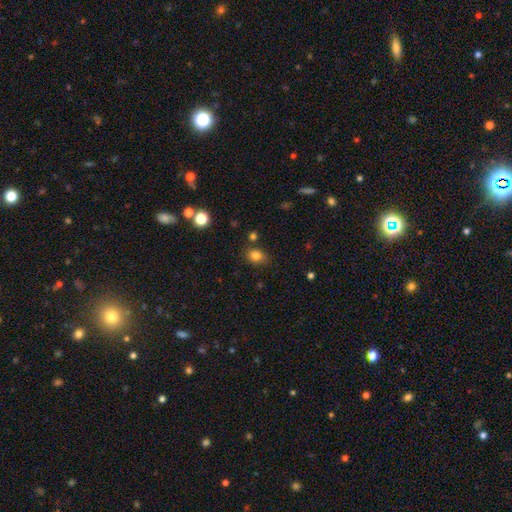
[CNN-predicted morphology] A smooth galaxy with no disk features (81%) that is in between round and cigar-shaped (52%).

Vote fractions:
- Smooth or featured? smooth: 81% / star or artifact: 13% / featured or disk: 7%
- How rounded? in between: 52% / round: 47% / cigar-shaped: 1%
- Merging? none: 75% / minor disturbance: 15% / merger: 6% / major disturbance: 4%